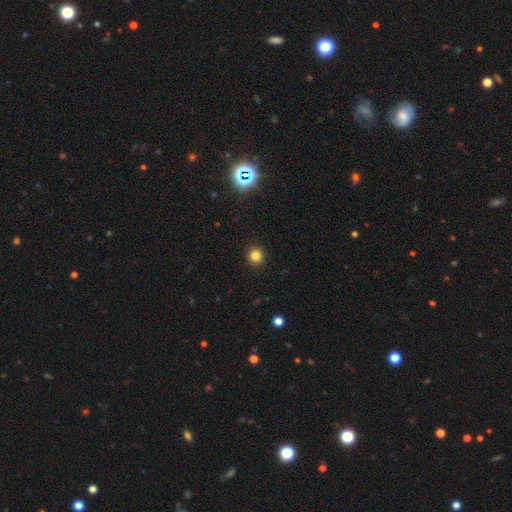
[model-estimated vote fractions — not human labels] The model was most divided on "smooth or featured": smooth: 81%, star or artifact: 14%, featured or disk: 4%. More confident: how rounded — round (93%); merging — none (92%).